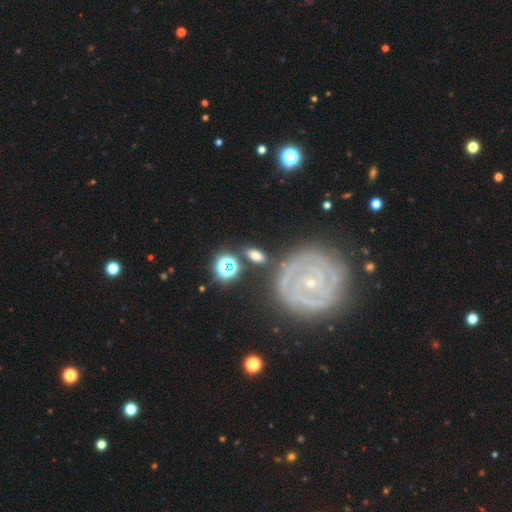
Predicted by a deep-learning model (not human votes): smooth-or-featured: smooth: 57% | featured or disk: 31% | star or artifact: 12%
  how-rounded: in between: 82% | round: 12% | cigar-shaped: 6%
  merging: none: 77% | minor disturbance: 13% | merger: 5% | major disturbance: 4%